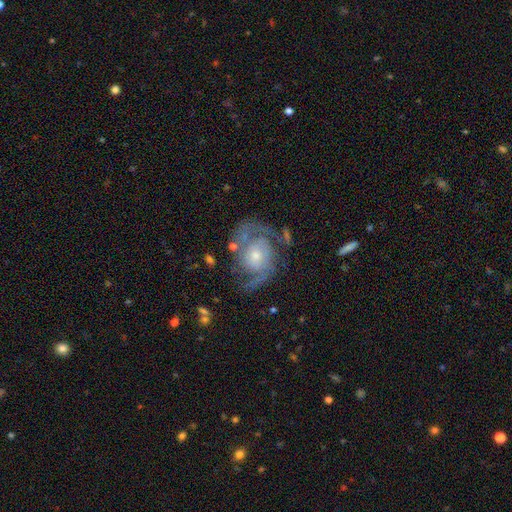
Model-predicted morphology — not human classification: Smooth or featured? Predicted: featured or disk (p=0.88). Edge-on disk? Predicted: no (p=0.98). Bar? Predicted: no (p=0.68). Spiral arms? Predicted: yes (p=0.96). Spiral winding? Predicted: medium (p=0.49). Spiral arm count? Predicted: 2 (p=0.86). Bulge size? Predicted: small (p=0.49). Merging? Predicted: none (p=0.70).